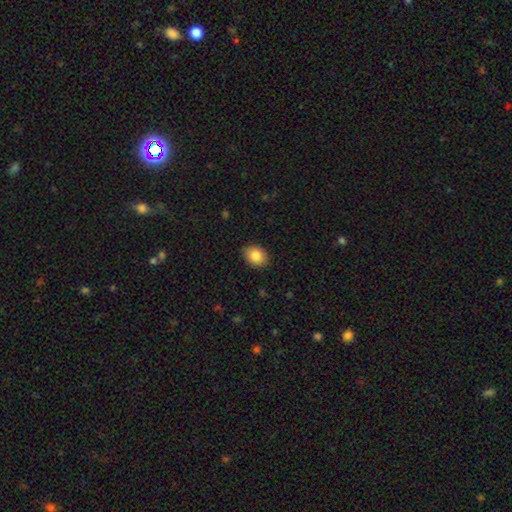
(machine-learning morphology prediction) Smooth or featured: smooth — 86% (star or artifact — 8%)
How rounded: in between — 58% (round — 42%)
Merging: none — 88% (minor disturbance — 9%)